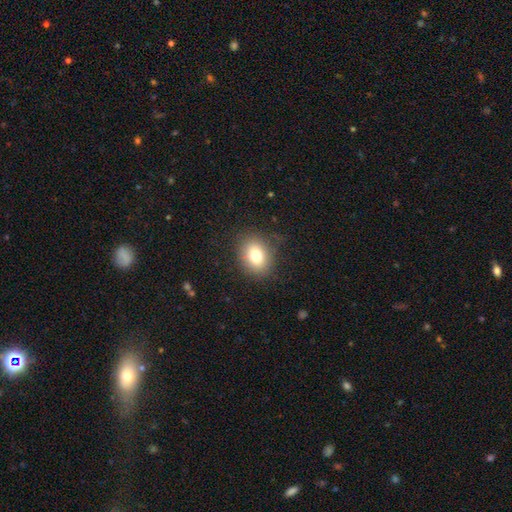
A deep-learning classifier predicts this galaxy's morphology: Q: Smooth or featured?
A: smooth (78%); runner-up: featured or disk (11%)
Q: How rounded?
A: in between (59%); runner-up: round (40%)
Q: Merging?
A: none (82%); runner-up: minor disturbance (13%)